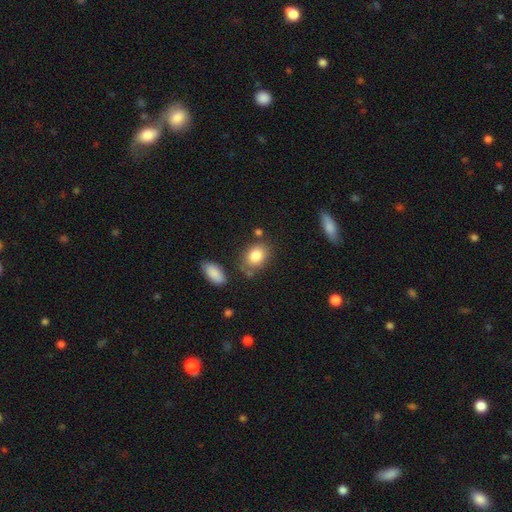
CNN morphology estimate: type=smooth (84%); roundness=in between (66%); merging=none (70%).